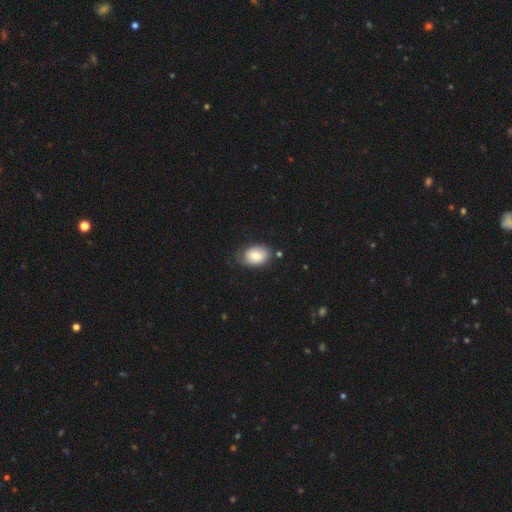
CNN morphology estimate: smooth_or_featured: smooth (p=0.77) [alt: featured or disk p=0.15]
how_rounded: in between (p=0.79) [alt: round p=0.20]
merging: none (p=0.70) [alt: minor disturbance p=0.22]